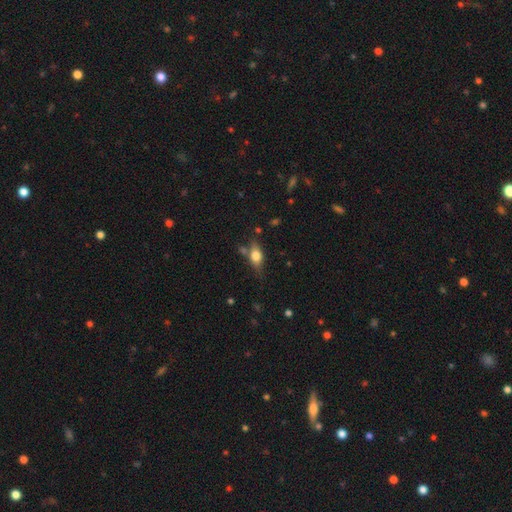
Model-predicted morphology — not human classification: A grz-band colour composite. It shows a smooth galaxy with no disk features (66%) that is in between round and cigar-shaped (78%). Merging: none (65%).